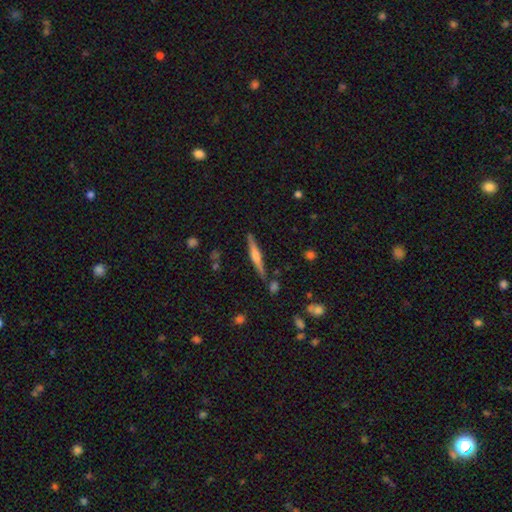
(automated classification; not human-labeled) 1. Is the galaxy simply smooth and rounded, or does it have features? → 65% featured or disk, 29% smooth, 7% star or artifact.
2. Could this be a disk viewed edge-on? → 98% yes, 2% no.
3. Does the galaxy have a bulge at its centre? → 71% rounded, 18% boxy, 12% none.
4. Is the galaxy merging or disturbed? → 86% none, 9% minor disturbance, 3% merger, 2% major disturbance.